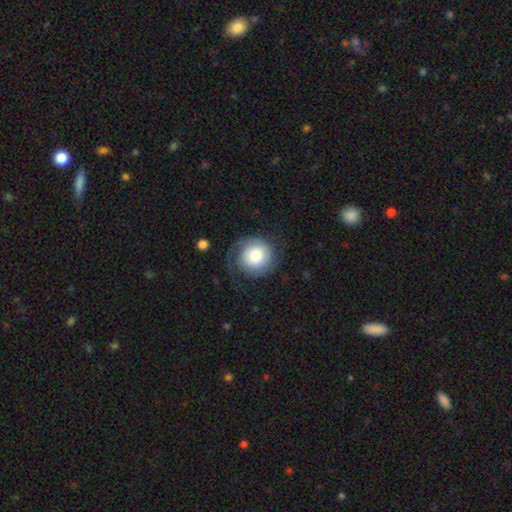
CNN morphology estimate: type=featured or disk (61%); edge-on=no (98%); bar=no (74%); spiral arms=yes (91%); winding=tight (49%); arm count=2 (68%); bulge=large (39%); merging=none (67%).